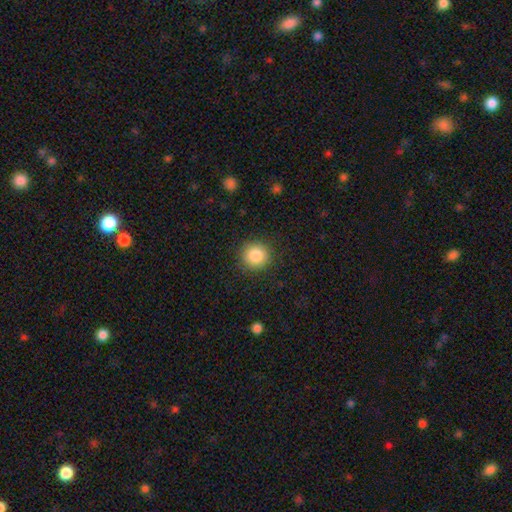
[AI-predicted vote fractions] The model was most divided on "smooth or featured": smooth: 86%, star or artifact: 9%, featured or disk: 5%. More confident: how rounded — round (93%); merging — none (90%).